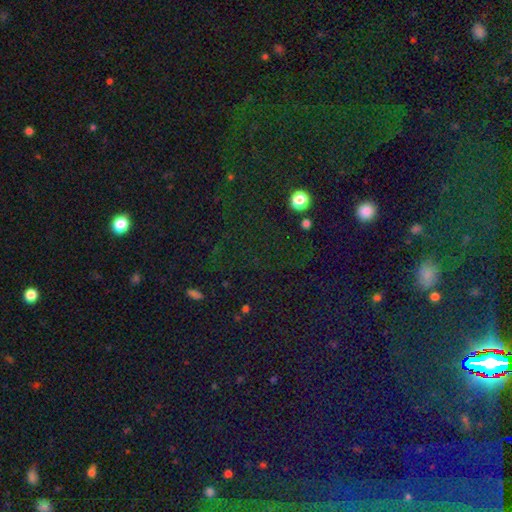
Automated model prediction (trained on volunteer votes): Q: Smooth or featured?
A: star or artifact (75%); runner-up: smooth (16%)